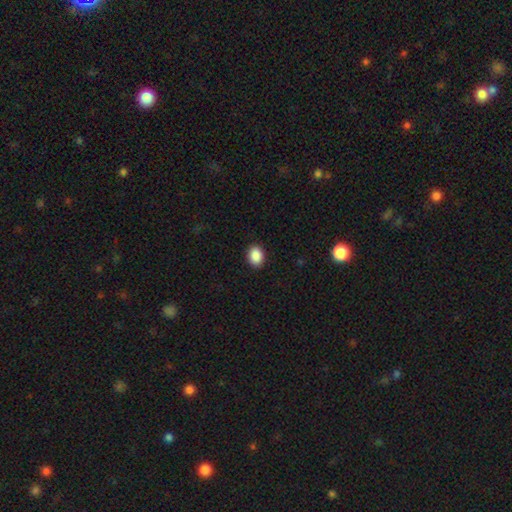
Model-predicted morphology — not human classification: The model was most divided on "how rounded": in between: 64%, round: 35%, cigar-shaped: 1%. More confident: merging — none (91%); smooth or featured — smooth (89%).